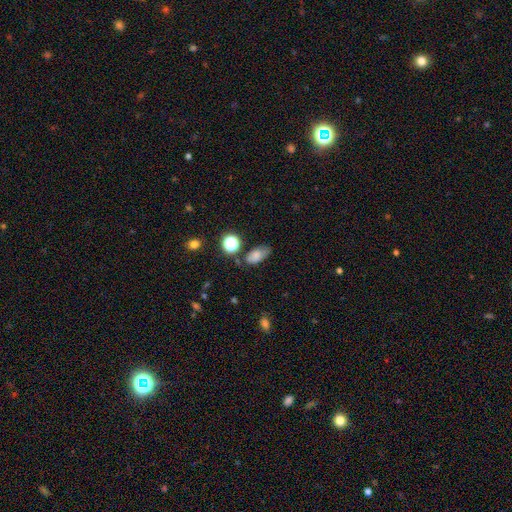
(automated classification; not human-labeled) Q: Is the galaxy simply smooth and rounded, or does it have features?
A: smooth — 71%.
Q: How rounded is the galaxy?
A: in between — 86%.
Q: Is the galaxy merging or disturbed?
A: none — 65%.